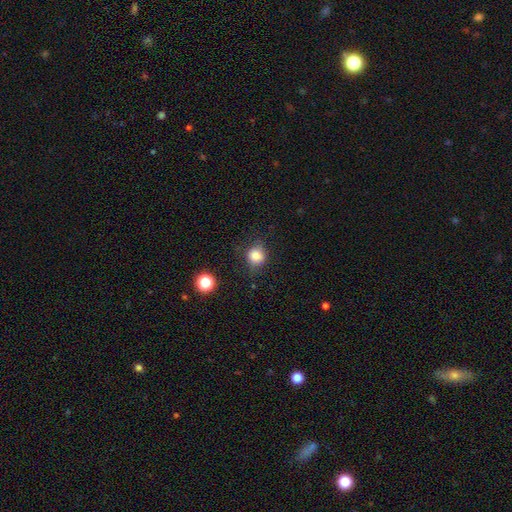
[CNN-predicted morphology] Smooth or featured: smooth — 80% (star or artifact — 12%)
How rounded: round — 72% (in between — 27%)
Merging: none — 70% (minor disturbance — 21%)